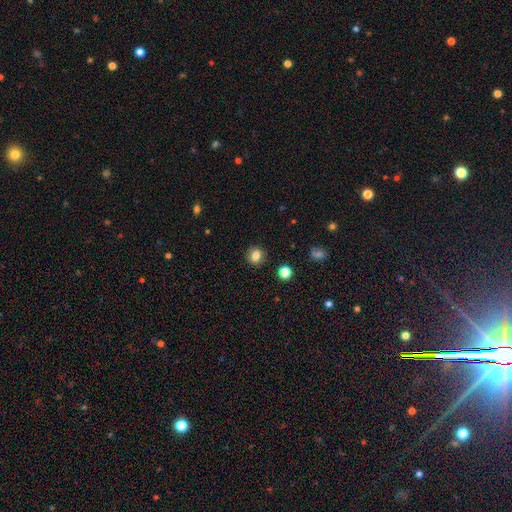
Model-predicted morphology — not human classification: smooth_or_featured: smooth (p=0.82) [alt: star or artifact p=0.11]
how_rounded: round (p=0.85) [alt: in between p=0.14]
merging: none (p=0.91) [alt: minor disturbance p=0.06]